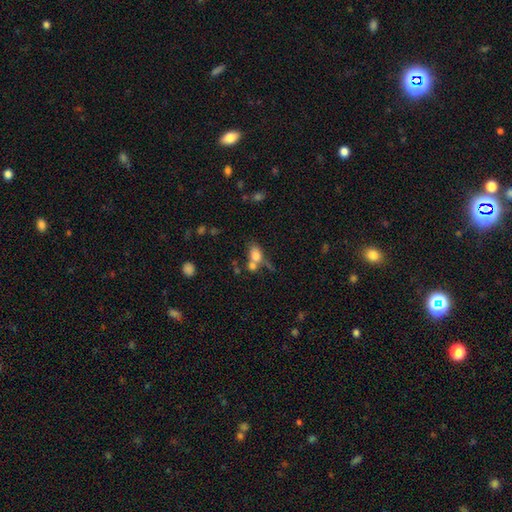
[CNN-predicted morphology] smooth 75%, featured or disk 14%, star or artifact 11%. Down the decision tree: how rounded — in between (78%); merging — merger (47%).